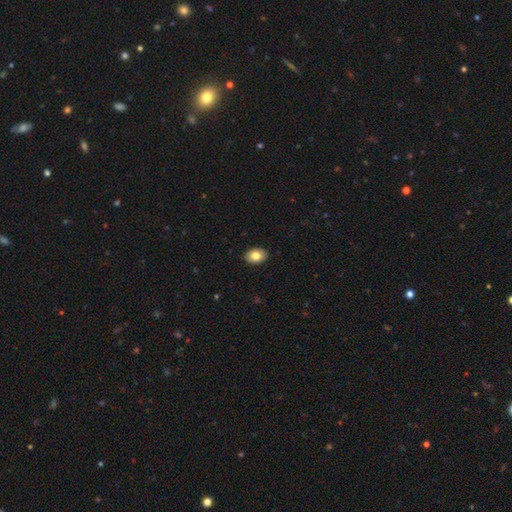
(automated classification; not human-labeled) The model was most divided on "how rounded": in between: 79%, round: 20%, cigar-shaped: 1%. More confident: merging — none (91%); smooth or featured — smooth (81%).